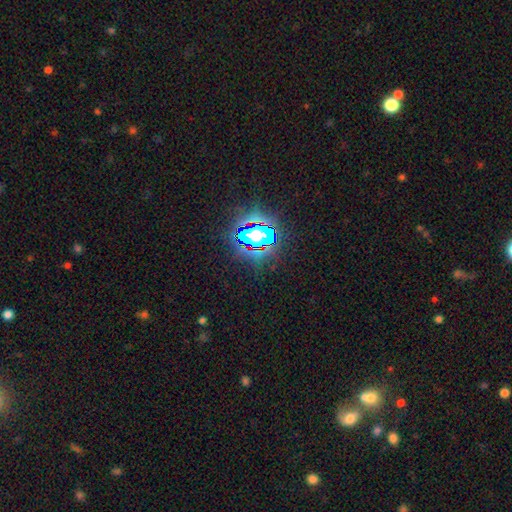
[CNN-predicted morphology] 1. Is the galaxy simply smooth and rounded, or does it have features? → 80% star or artifact, 11% smooth, 8% featured or disk.